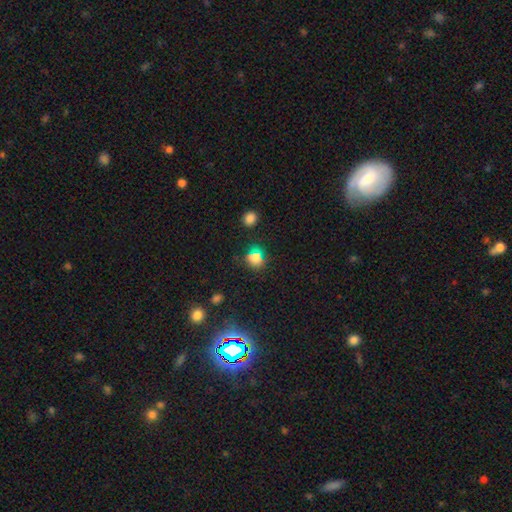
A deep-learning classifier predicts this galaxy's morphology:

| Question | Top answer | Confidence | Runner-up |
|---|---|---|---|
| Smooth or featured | smooth | 71% | star or artifact (23%) |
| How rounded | round | 79% | in between (19%) |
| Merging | none | 80% | minor disturbance (11%) |